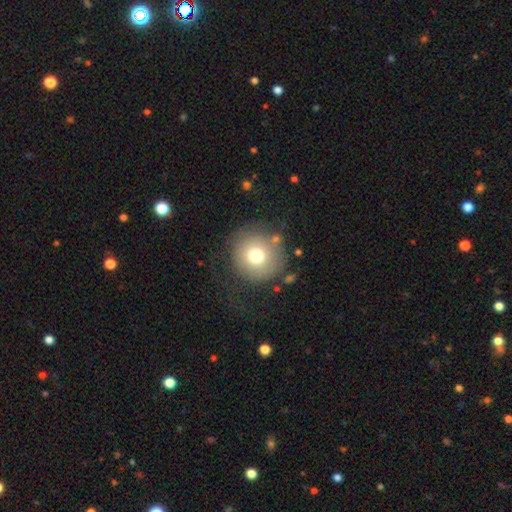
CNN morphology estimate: The model was most divided on "smooth or featured": smooth: 71%, featured or disk: 18%, star or artifact: 11%. More confident: how rounded — round (95%); merging — none (70%).